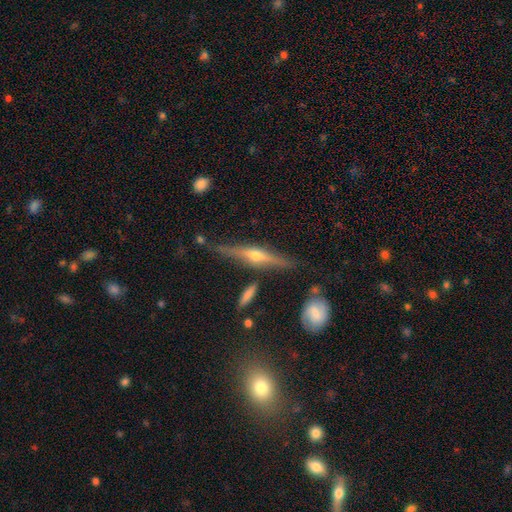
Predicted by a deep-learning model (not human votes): This is likely a featured or disk galaxy (80%). It is clearly viewed edge-on (97%). Edge-on bulge: clearly rounded (90%). Merging: clearly none (80%).